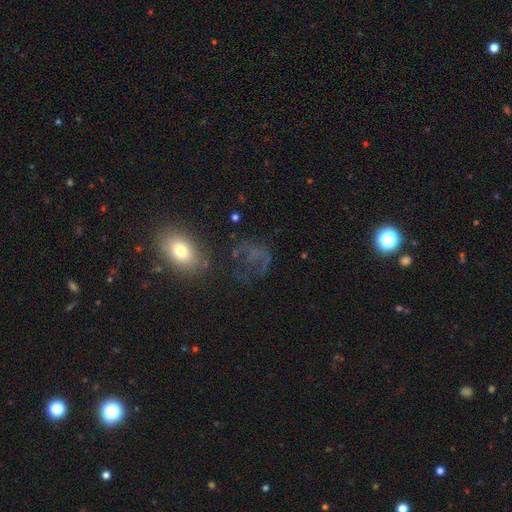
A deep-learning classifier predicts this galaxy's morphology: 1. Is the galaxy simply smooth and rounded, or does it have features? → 38% smooth, 34% featured or disk, 27% star or artifact.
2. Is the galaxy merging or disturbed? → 43% none, 35% major disturbance, 17% minor disturbance, 5% merger.